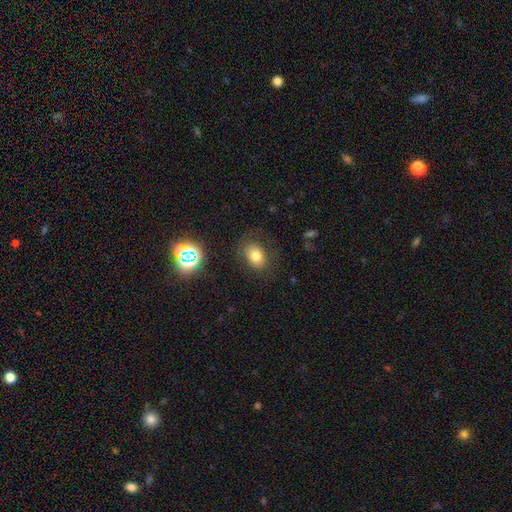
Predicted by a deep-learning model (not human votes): smooth_or_featured: smooth (p=0.75) [alt: star or artifact p=0.14]
how_rounded: in between (p=0.67) [alt: round p=0.32]
merging: none (p=0.73) [alt: minor disturbance p=0.17]